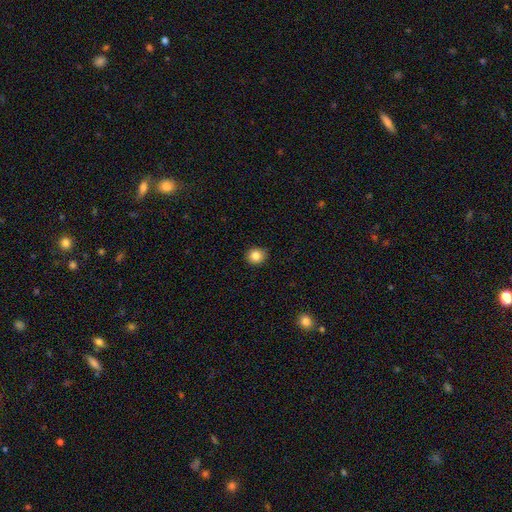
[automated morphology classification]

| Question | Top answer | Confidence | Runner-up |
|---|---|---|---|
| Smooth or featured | smooth | 85% | star or artifact (10%) |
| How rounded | round | 81% | in between (18%) |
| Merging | none | 87% | minor disturbance (10%) |